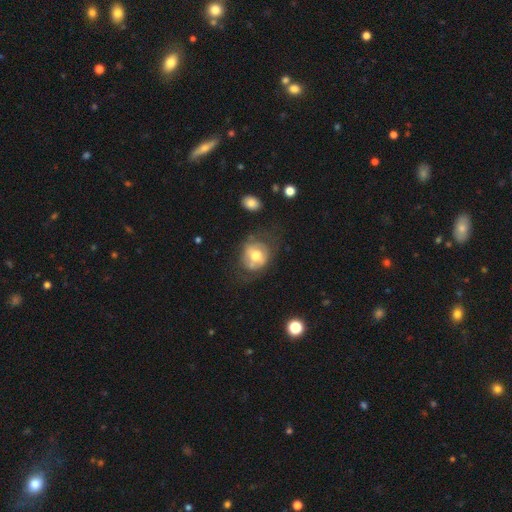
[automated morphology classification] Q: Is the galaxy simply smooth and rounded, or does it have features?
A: smooth — 49%.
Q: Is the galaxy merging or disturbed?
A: none — 52%.